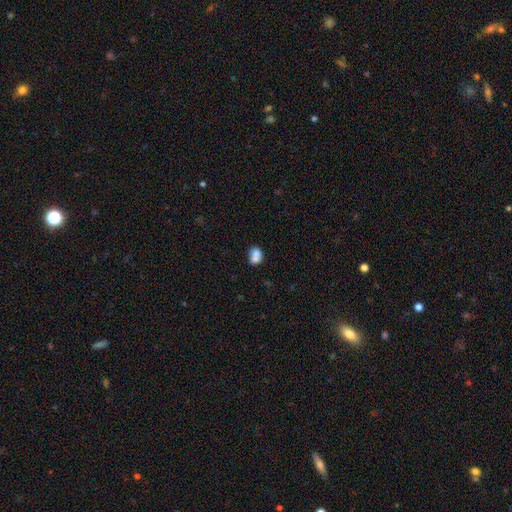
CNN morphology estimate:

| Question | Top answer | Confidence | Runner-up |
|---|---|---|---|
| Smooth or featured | smooth | 74% | featured or disk (16%) |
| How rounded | in between | 52% | round (47%) |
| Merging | merger | 55% | none (29%) |